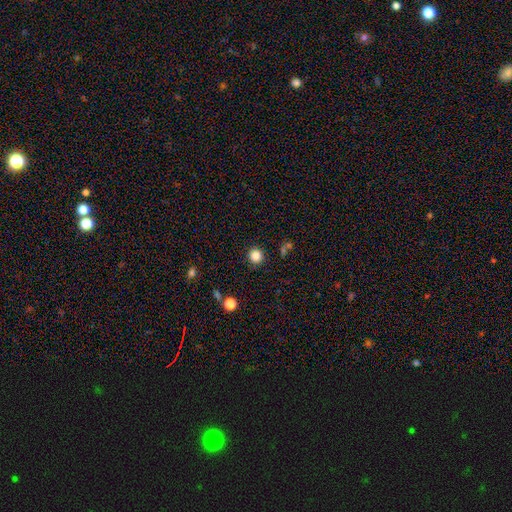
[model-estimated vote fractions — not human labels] smooth 84%, star or artifact 12%, featured or disk 4%. Down the decision tree: how rounded — round (93%); merging — none (89%).